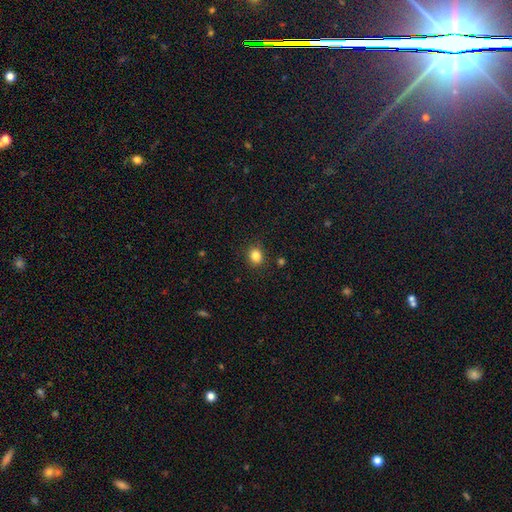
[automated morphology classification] A smooth galaxy with no disk features (84%) that is round (71%).

Vote fractions:
- Smooth or featured? smooth: 84% / star or artifact: 11% / featured or disk: 5%
- How rounded? round: 71% / in between: 28% / cigar-shaped: 1%
- Merging? none: 88% / minor disturbance: 8% / major disturbance: 2% / merger: 1%